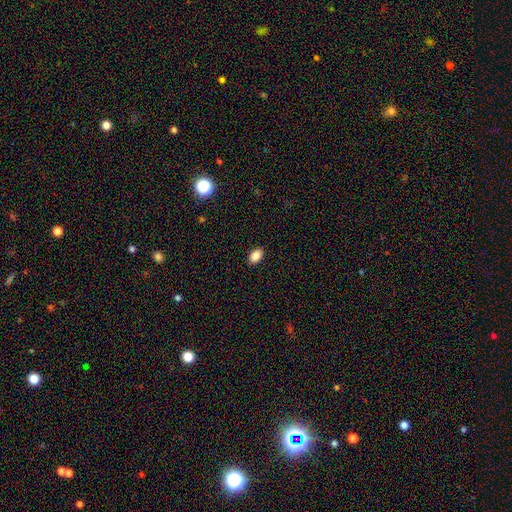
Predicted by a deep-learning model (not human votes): smooth 86%, star or artifact 9%, featured or disk 5%. Down the decision tree: how rounded — in between (88%); merging — none (90%).